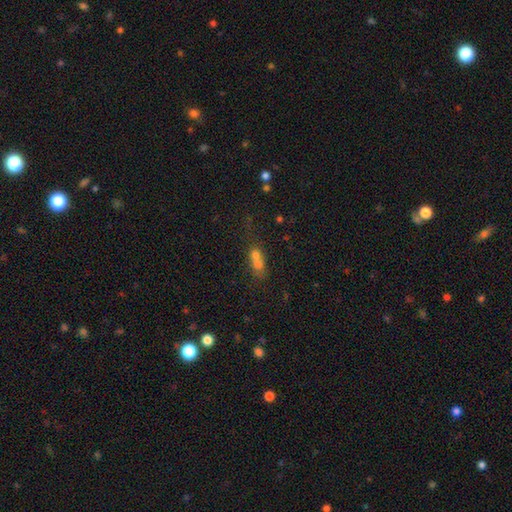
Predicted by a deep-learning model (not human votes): Q: Smooth or featured?
A: smooth (63%); runner-up: featured or disk (21%)
Q: How rounded?
A: round (50%); runner-up: in between (44%)
Q: Merging?
A: merger (66%); runner-up: none (23%)